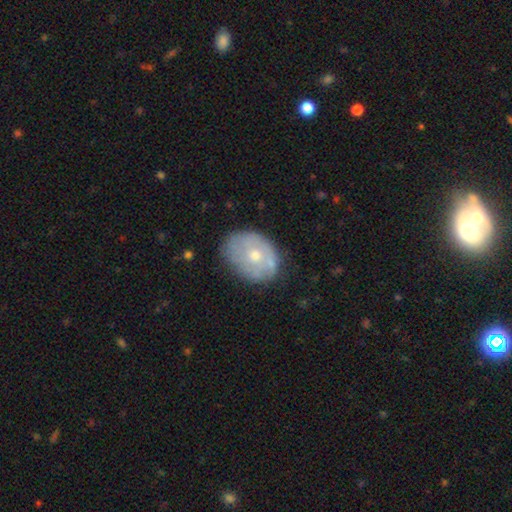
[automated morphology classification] Smooth or featured? smooth (51%)
How rounded? in between (67%)
Merging? none (64%)